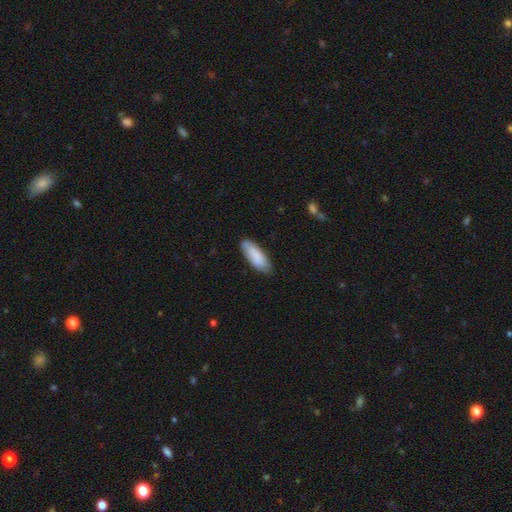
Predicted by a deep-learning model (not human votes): Q: Smooth or featured?
A: smooth (84%); runner-up: featured or disk (11%)
Q: How rounded?
A: in between (73%); runner-up: cigar-shaped (25%)
Q: Merging?
A: none (75%); runner-up: minor disturbance (20%)